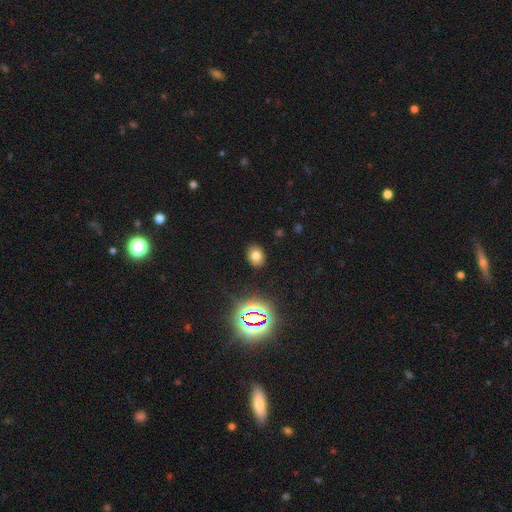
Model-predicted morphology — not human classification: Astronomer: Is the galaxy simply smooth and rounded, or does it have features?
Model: smooth — 70%.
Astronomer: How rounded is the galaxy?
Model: in between — 59% (runner-up: round, 40%).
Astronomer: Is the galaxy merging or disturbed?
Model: none — 87%.